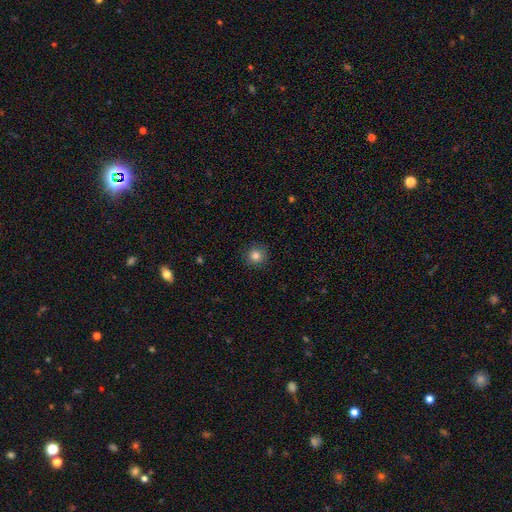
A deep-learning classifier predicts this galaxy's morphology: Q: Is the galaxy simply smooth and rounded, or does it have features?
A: smooth — 83%.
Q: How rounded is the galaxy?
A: round — 93%.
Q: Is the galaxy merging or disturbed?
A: none — 90%.